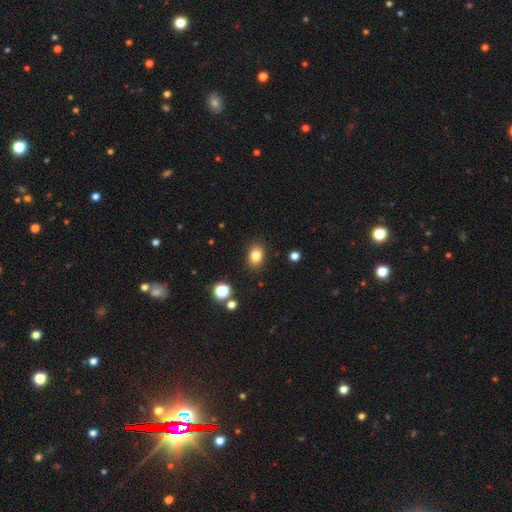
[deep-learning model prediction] A smooth galaxy with no disk features (82%) that is in between round and cigar-shaped (71%).

Vote fractions:
- Smooth or featured? smooth: 82% / star or artifact: 11% / featured or disk: 7%
- How rounded? in between: 71% / round: 28% / cigar-shaped: 1%
- Merging? none: 87% / minor disturbance: 9% / major disturbance: 3% / merger: 2%